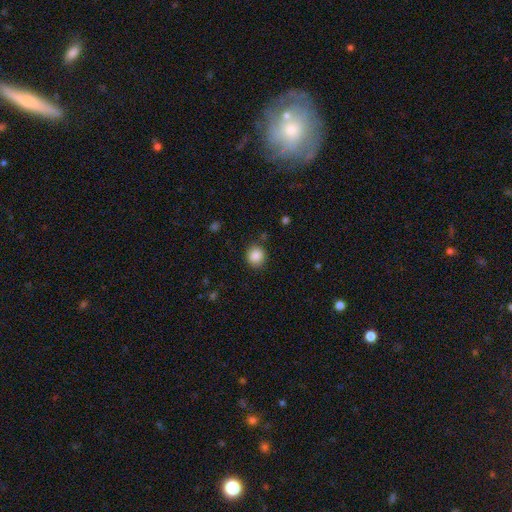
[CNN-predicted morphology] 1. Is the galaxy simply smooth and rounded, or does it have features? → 87% smooth, 9% star or artifact, 4% featured or disk.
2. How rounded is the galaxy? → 85% round, 14% in between, 1% cigar-shaped.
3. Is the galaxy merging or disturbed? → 85% none, 10% minor disturbance, 3% major disturbance, 2% merger.